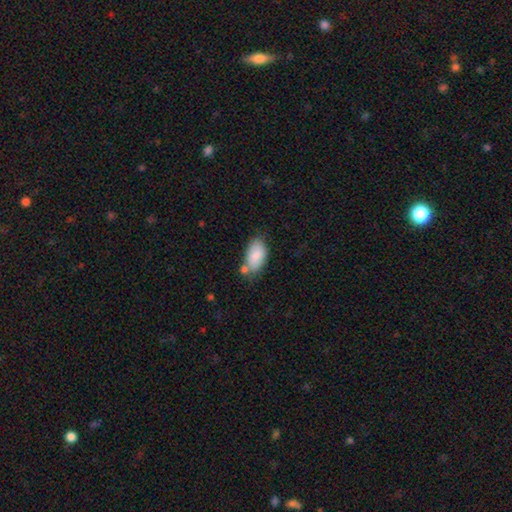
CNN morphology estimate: Smooth or featured? Predicted: smooth (p=0.85). How rounded? Predicted: in between (p=0.94). Merging? Predicted: none (p=0.59).